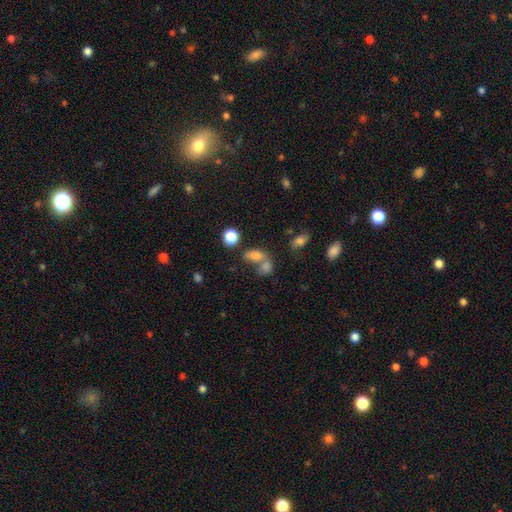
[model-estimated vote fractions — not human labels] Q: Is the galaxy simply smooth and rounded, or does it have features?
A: smooth — 75%.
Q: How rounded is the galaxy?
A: in between — 78%.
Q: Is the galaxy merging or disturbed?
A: merger — 46%.